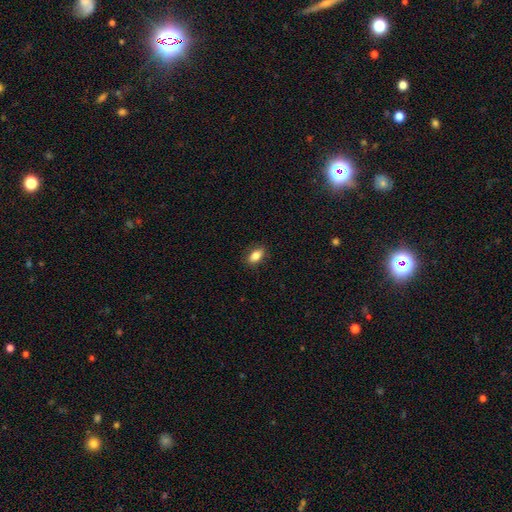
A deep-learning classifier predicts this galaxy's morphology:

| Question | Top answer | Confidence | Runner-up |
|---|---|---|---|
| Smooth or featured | smooth | 83% | featured or disk (9%) |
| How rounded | in between | 86% | cigar-shaped (7%) |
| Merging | none | 86% | minor disturbance (11%) |